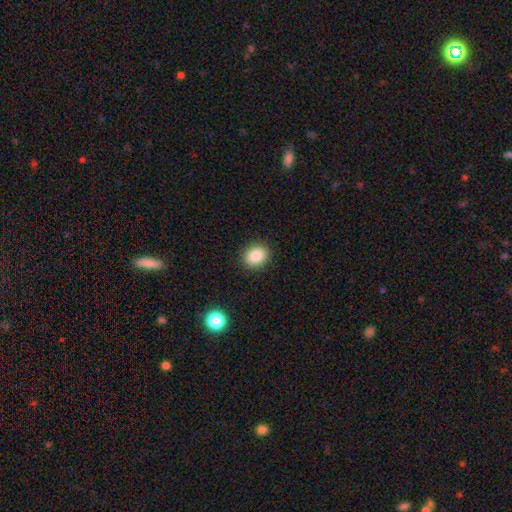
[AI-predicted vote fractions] A smooth galaxy with no disk features (85%) that is round (57%).

Vote fractions:
- Smooth or featured? smooth: 85% / star or artifact: 9% / featured or disk: 6%
- How rounded? round: 57% / in between: 42% / cigar-shaped: 1%
- Merging? none: 90% / minor disturbance: 7% / major disturbance: 2% / merger: 1%